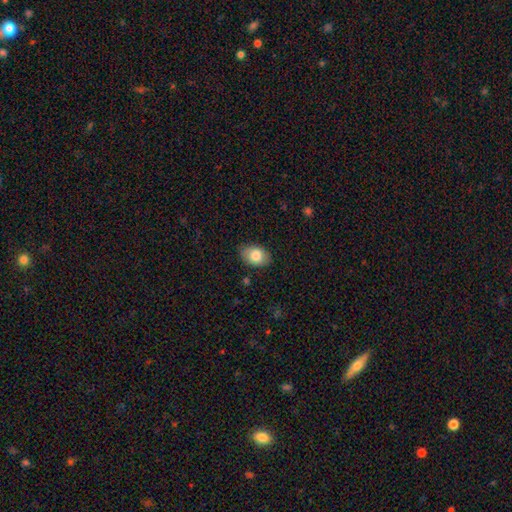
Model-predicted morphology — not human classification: A smooth galaxy with no disk features (80%) that is in between round and cigar-shaped (86%).

Vote fractions:
- Smooth or featured? smooth: 80% / featured or disk: 13% / star or artifact: 7%
- How rounded? in between: 86% / round: 13% / cigar-shaped: 1%
- Merging? none: 84% / minor disturbance: 13% / major disturbance: 3% / merger: 1%